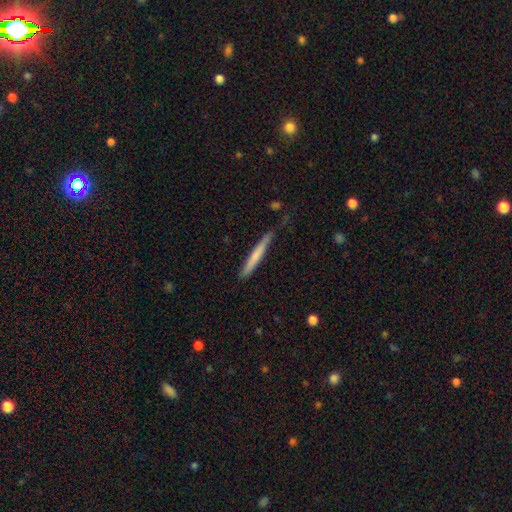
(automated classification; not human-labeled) Morphology: type=smooth (66%); roundness=cigar-shaped (96%); merging=none (73%).